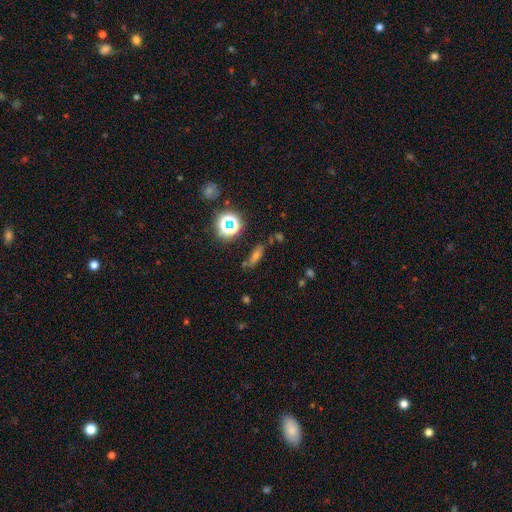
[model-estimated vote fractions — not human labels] This is possibly a smooth galaxy (47%). Merging: likely none (77%).